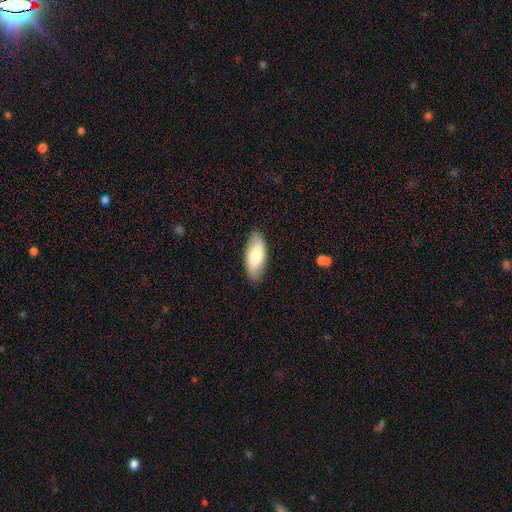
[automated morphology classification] A smooth galaxy with no disk features (74%) that is in between round and cigar-shaped (84%).

Vote fractions:
- Smooth or featured? smooth: 74% / featured or disk: 20% / star or artifact: 6%
- How rounded? in between: 84% / cigar-shaped: 14% / round: 2%
- Merging? none: 86% / minor disturbance: 11% / major disturbance: 2% / merger: 1%